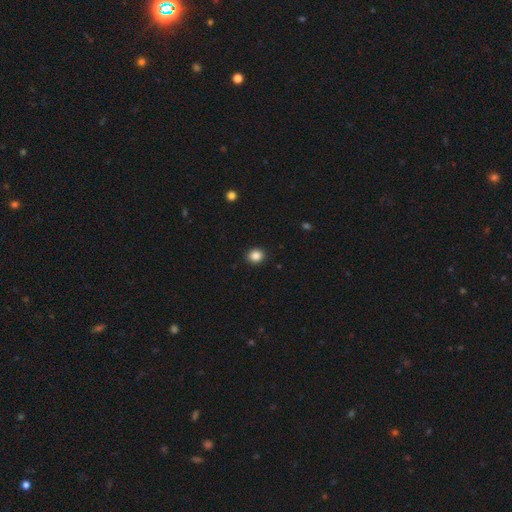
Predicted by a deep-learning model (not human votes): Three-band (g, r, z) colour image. It shows a smooth galaxy with no disk features (86%) that is round (75%). Merging: none (92%).